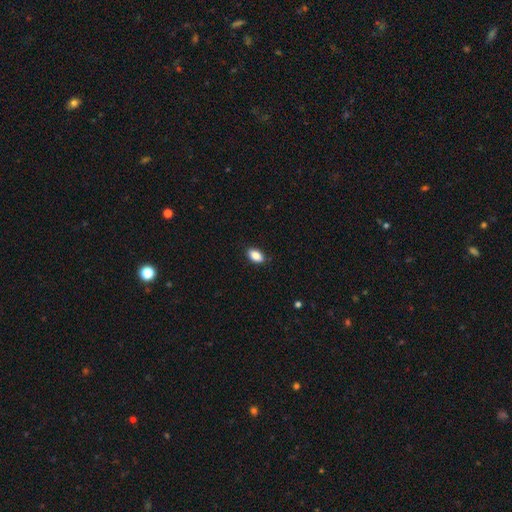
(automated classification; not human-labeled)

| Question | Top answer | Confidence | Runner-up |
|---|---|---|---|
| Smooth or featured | smooth | 88% | star or artifact (7%) |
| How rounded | in between | 92% | round (6%) |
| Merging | none | 86% | minor disturbance (11%) |